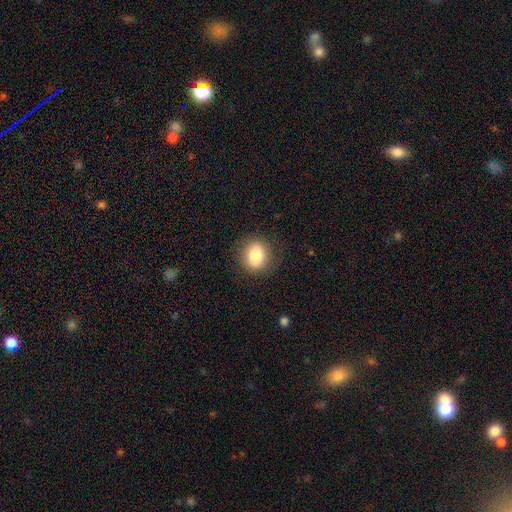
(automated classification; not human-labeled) smooth 82%, featured or disk 9%, star or artifact 9%. Down the decision tree: how rounded — round (73%); merging — none (86%).